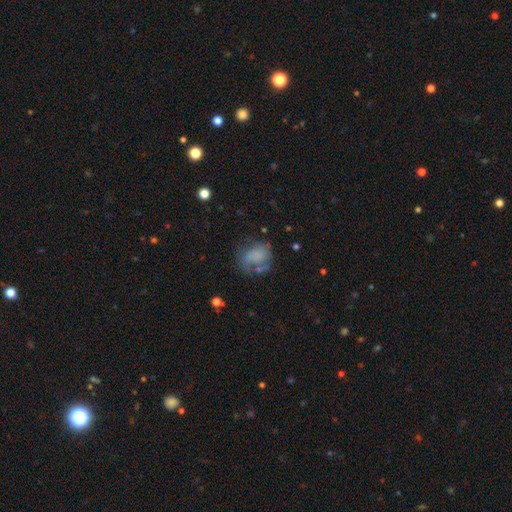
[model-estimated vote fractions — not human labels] smooth 64%, featured or disk 25%, star or artifact 11%. Down the decision tree: how rounded — in between (58%); merging — none (41%).